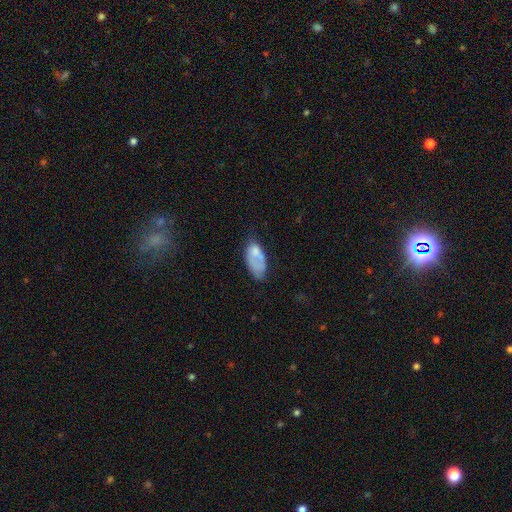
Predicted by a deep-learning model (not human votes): Morphology: type=smooth (64%); roundness=in between (91%); merging=none (37%).